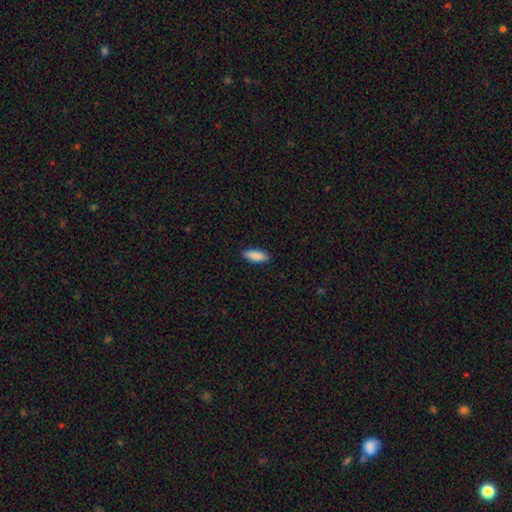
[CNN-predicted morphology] Smooth or featured? Predicted: smooth (p=0.90). How rounded? Predicted: in between (p=0.68). Merging? Predicted: none (p=0.90).